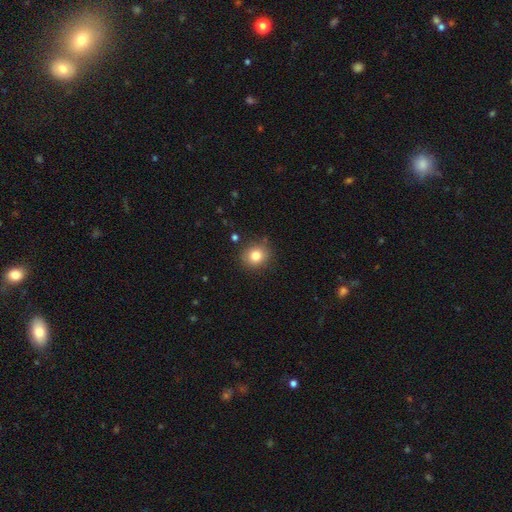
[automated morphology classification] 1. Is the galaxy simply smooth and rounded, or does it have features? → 81% smooth, 11% star or artifact, 8% featured or disk.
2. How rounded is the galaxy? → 80% round, 19% in between, 1% cigar-shaped.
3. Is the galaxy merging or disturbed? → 86% none, 10% minor disturbance, 3% major disturbance, 2% merger.